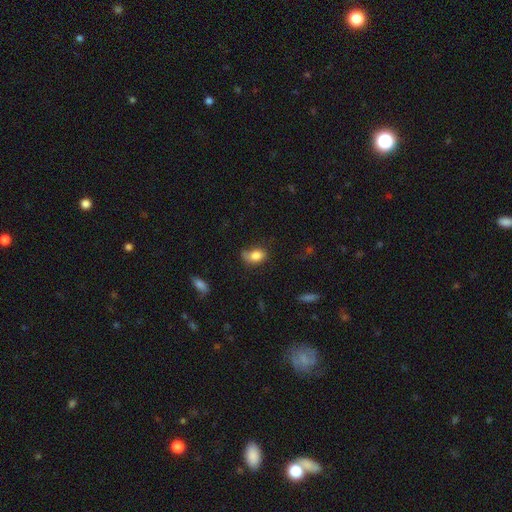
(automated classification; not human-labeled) Smooth or featured? smooth (82%)
How rounded? in between (80%)
Merging? none (52%)